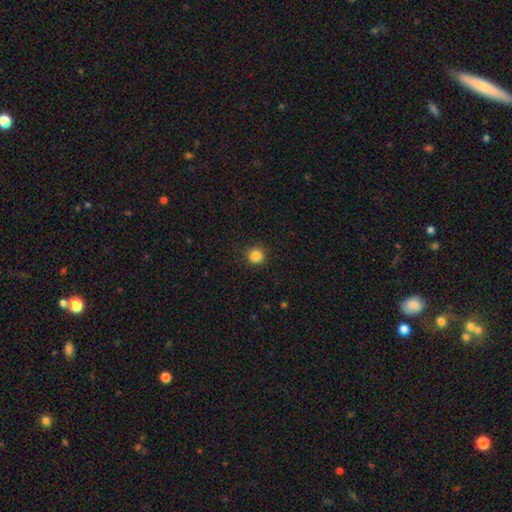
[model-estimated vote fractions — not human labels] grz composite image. It shows a smooth galaxy with no disk features (85%) that is round (93%). Merging: none (89%).